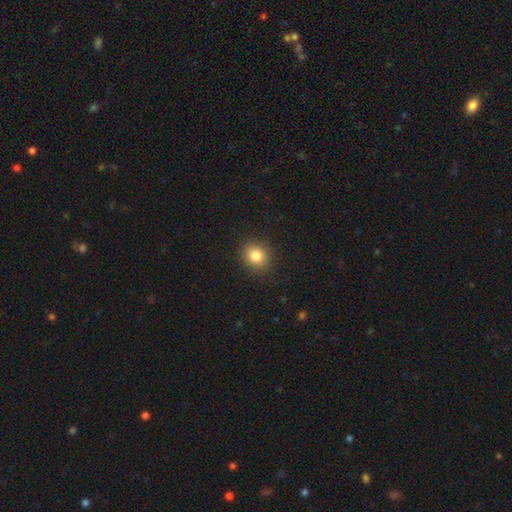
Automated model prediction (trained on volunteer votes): Smooth or featured: smooth — 84% (star or artifact — 11%)
How rounded: round — 73% (in between — 26%)
Merging: none — 88% (minor disturbance — 8%)